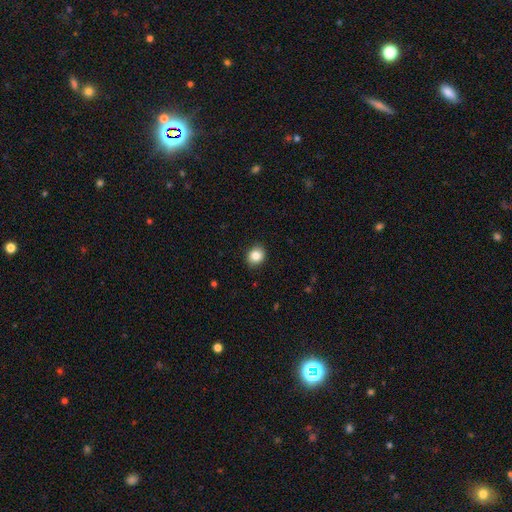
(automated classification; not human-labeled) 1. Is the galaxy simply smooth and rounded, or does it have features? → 85% smooth, 9% star or artifact, 6% featured or disk.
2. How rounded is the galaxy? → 67% round, 33% in between, 1% cigar-shaped.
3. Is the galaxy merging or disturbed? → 90% none, 7% minor disturbance, 2% major disturbance, 1% merger.